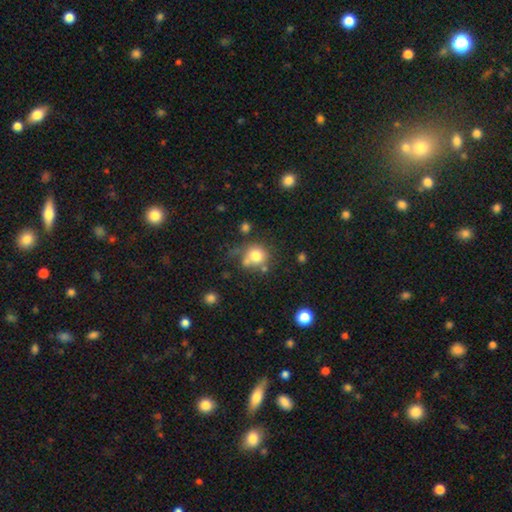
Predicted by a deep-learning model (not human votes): Smooth or featured?
  - smooth: 77% *
  - star or artifact: 12%
  - featured or disk: 12%
How rounded?
  - round: 84% *
  - in between: 15%
  - cigar-shaped: 1%
Merging?
  - none: 57% *
  - minor disturbance: 18%
  - merger: 17%
  - major disturbance: 9%